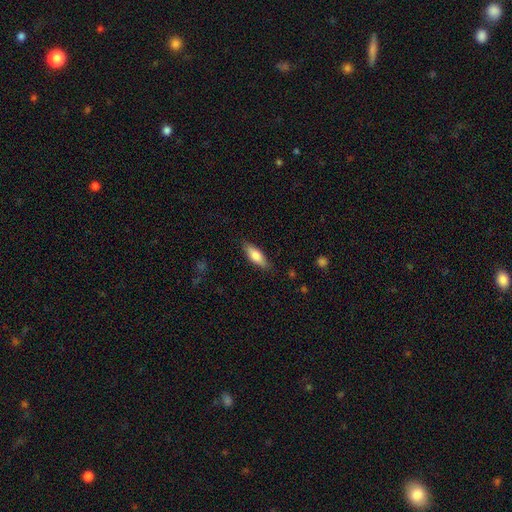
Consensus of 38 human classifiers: smooth 82%, featured or disk 18%, star or artifact 0%. Down the decision tree: how rounded — in between (71%); merging — none (87%).